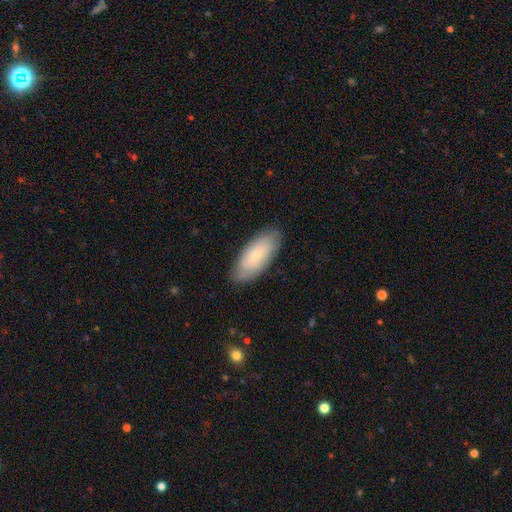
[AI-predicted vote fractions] Smooth or featured? smooth (71%)
How rounded? in between (84%)
Merging? none (81%)